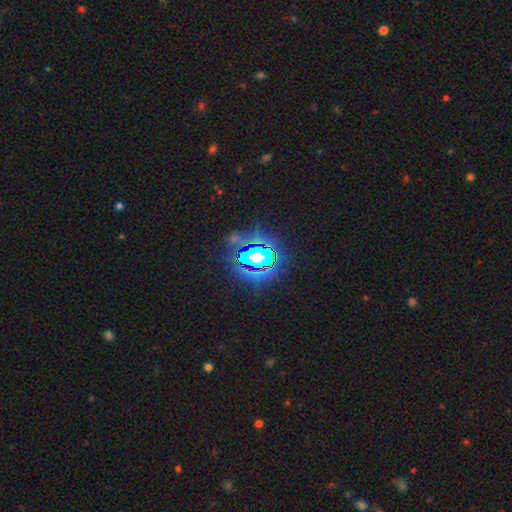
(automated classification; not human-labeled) The model was most divided on "smooth or featured": star or artifact: 64%, smooth: 22%, featured or disk: 15%.